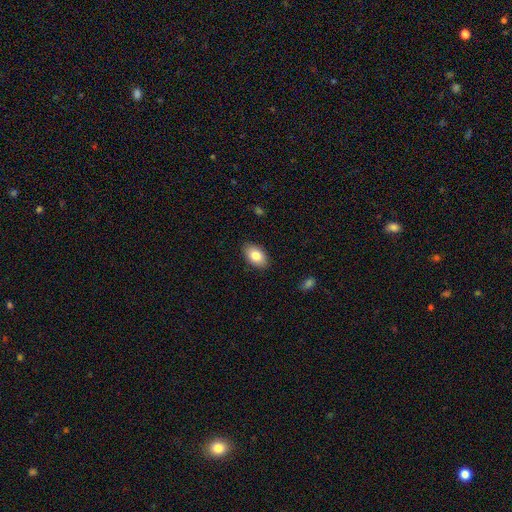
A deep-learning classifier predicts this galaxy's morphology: Overall: smooth (83%). How rounded: in between (91%). Merging: none (88%).